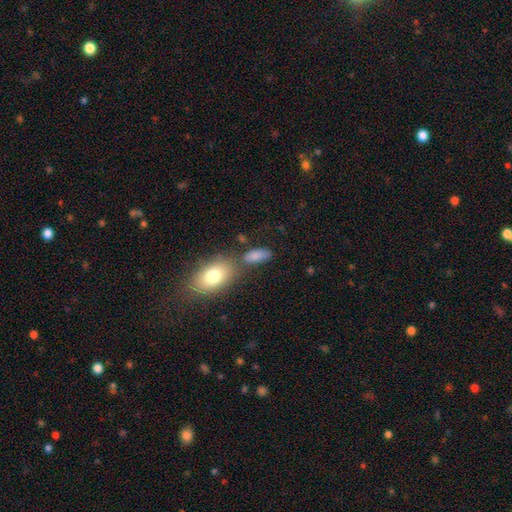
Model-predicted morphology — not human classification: A smooth galaxy with no disk features (82%) that is in between round and cigar-shaped (83%). Merging: none (59%).